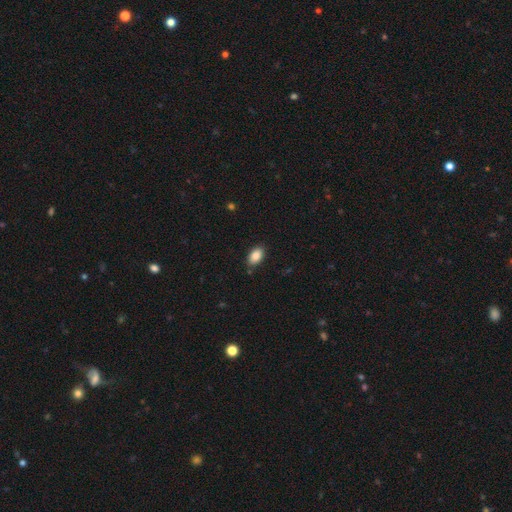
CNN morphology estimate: Q: Smooth or featured?
A: smooth (87%); runner-up: star or artifact (8%)
Q: How rounded?
A: in between (92%); runner-up: round (7%)
Q: Merging?
A: none (85%); runner-up: minor disturbance (11%)